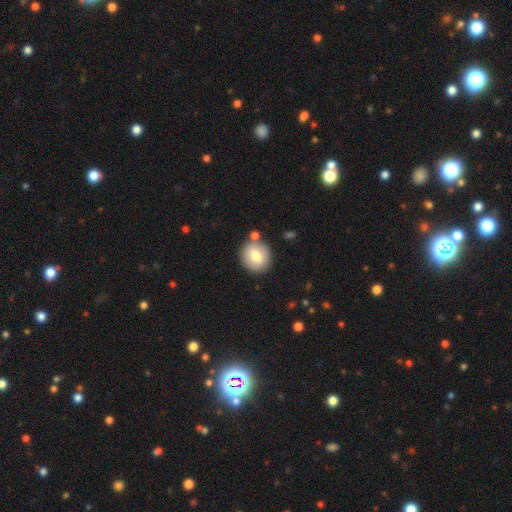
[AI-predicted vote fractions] A smooth galaxy with no disk features (77%) that is round (79%). Merging: none (78%).